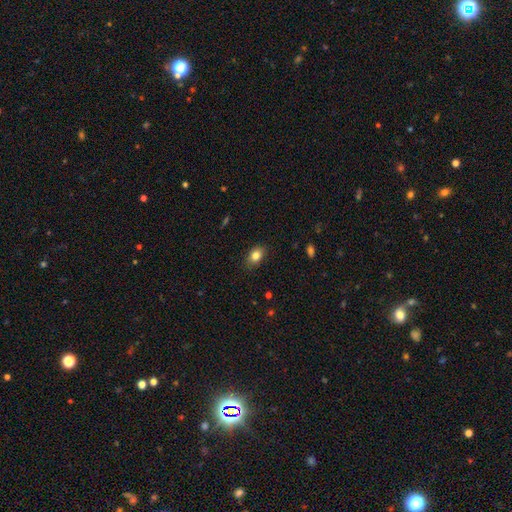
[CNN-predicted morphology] Overall: smooth (82%). How rounded: in between (76%). Merging: none (84%).